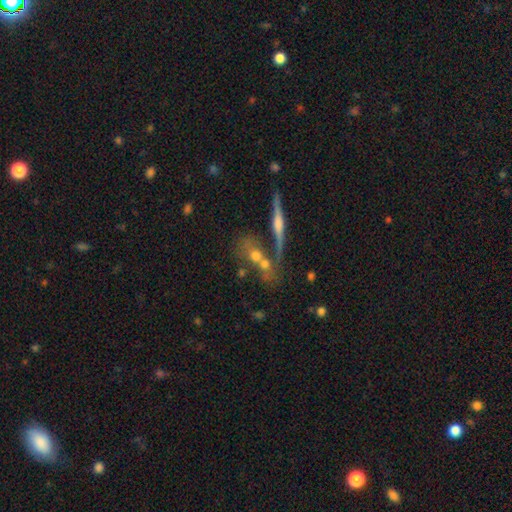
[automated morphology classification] The model was most divided on "merging": merger: 46%, none: 37%, minor disturbance: 10%, major disturbance: 7%. Remaining: smooth or featured — smooth (49%).